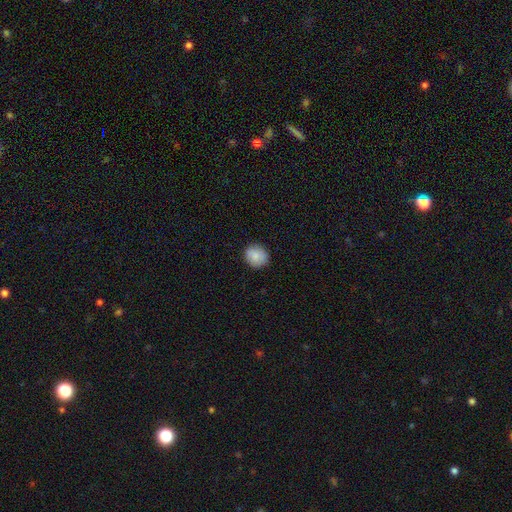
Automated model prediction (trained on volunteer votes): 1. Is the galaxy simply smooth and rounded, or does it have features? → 84% smooth, 8% featured or disk, 7% star or artifact.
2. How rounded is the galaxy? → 76% round, 23% in between, 1% cigar-shaped.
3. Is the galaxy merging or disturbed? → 85% none, 12% minor disturbance, 2% major disturbance, 1% merger.